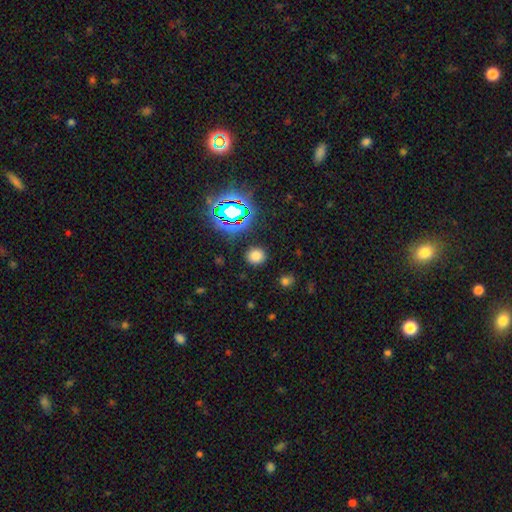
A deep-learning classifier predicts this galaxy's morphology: The model was most divided on "smooth or featured": smooth: 73%, star or artifact: 22%, featured or disk: 6%. More confident: merging — none (89%); how rounded — round (82%).